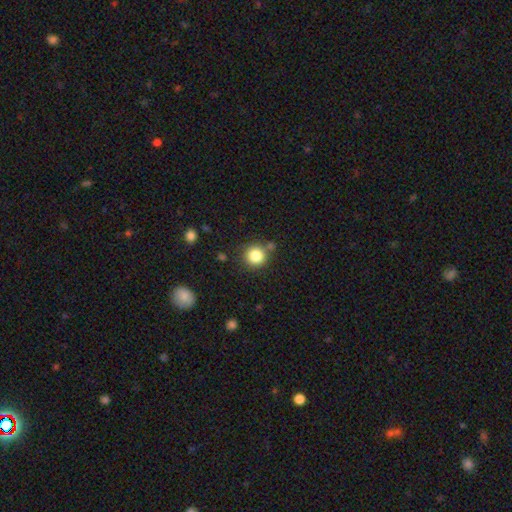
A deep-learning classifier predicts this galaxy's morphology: Smooth or featured? smooth (83%)
How rounded? round (93%)
Merging? none (79%)